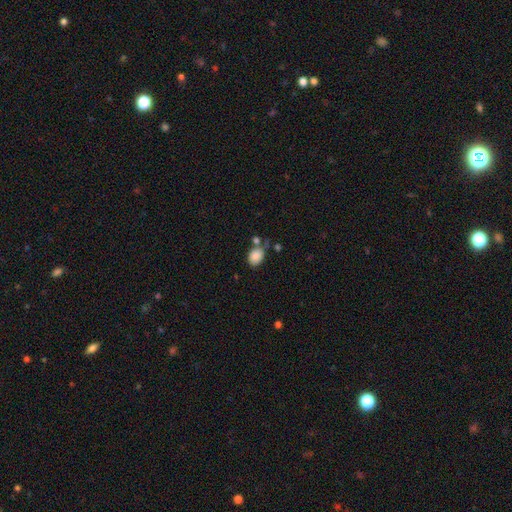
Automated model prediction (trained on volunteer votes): This is clearly a smooth galaxy (86%). How rounded: likely in between (66%). Merging: possibly none (55%).